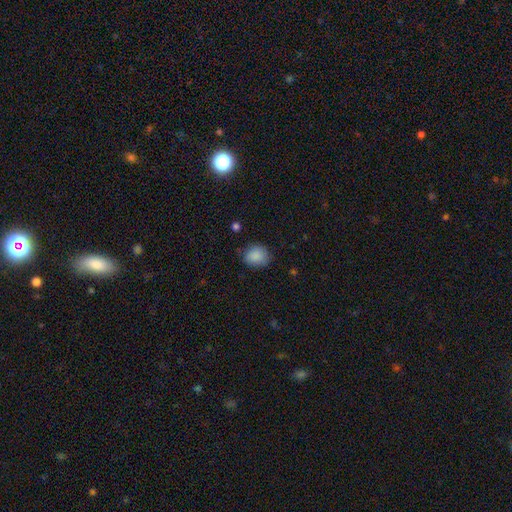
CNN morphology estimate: This appears to be a smooth galaxy with no disk features (88%) that is round (63%). Merging: none (77%).